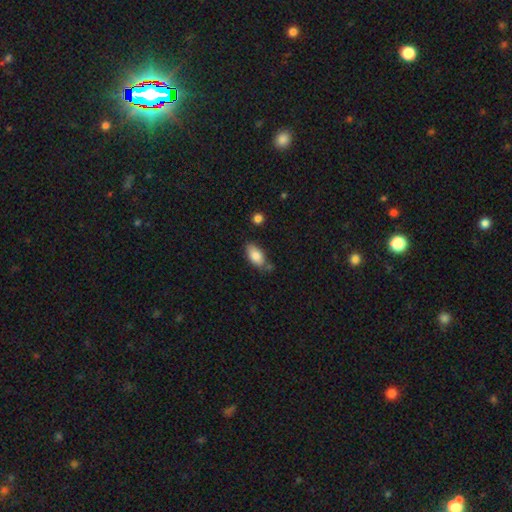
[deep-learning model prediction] Overall: smooth (84%). How rounded: in between (91%). Merging: none (67%).